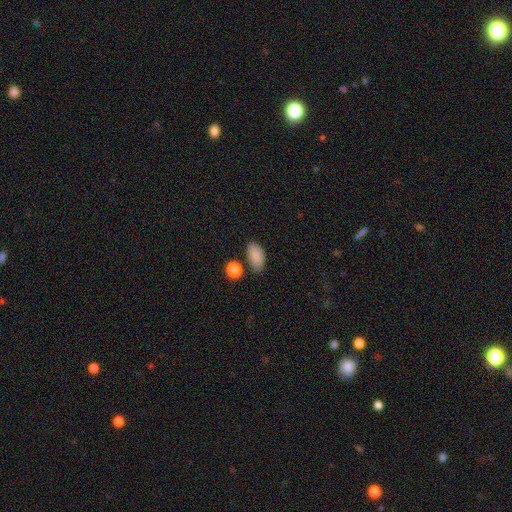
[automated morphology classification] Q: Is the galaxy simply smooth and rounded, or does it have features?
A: smooth — 86%.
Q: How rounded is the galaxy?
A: in between — 92%.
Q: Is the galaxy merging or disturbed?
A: none — 74%.